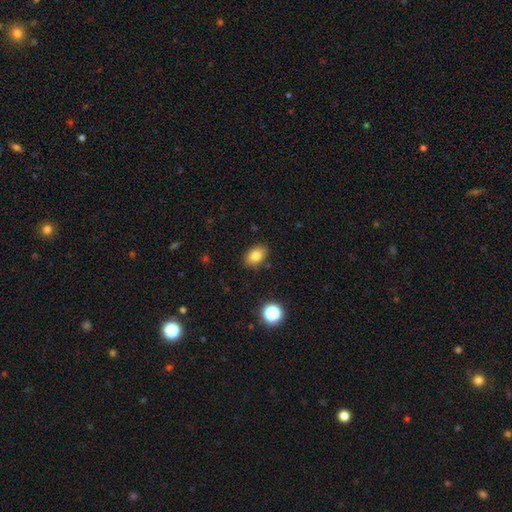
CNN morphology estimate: The model was most divided on "how rounded": in between: 81%, round: 18%, cigar-shaped: 1%. More confident: merging — none (86%); smooth or featured — smooth (81%).